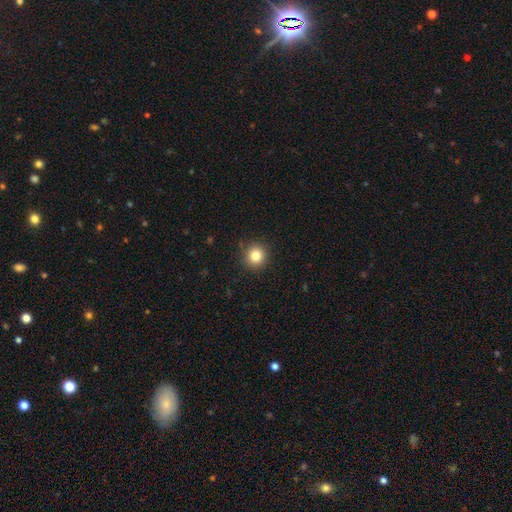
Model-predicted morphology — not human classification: Q: Smooth or featured?
A: smooth (82%); runner-up: star or artifact (12%)
Q: How rounded?
A: round (94%); runner-up: in between (5%)
Q: Merging?
A: none (89%); runner-up: minor disturbance (8%)